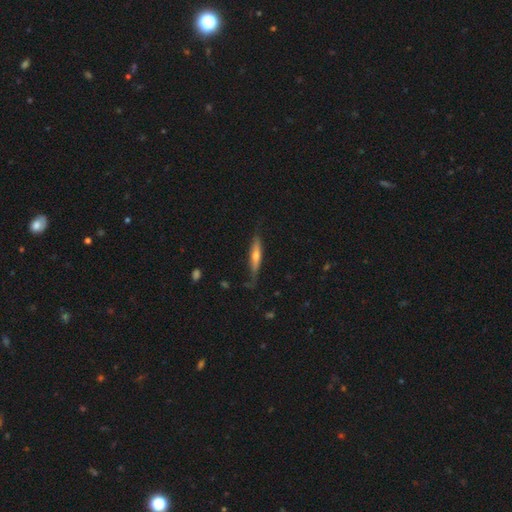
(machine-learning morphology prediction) This is possibly a featured or disk galaxy (51%). It is clearly viewed edge-on (89%). Merging: likely none (73%).